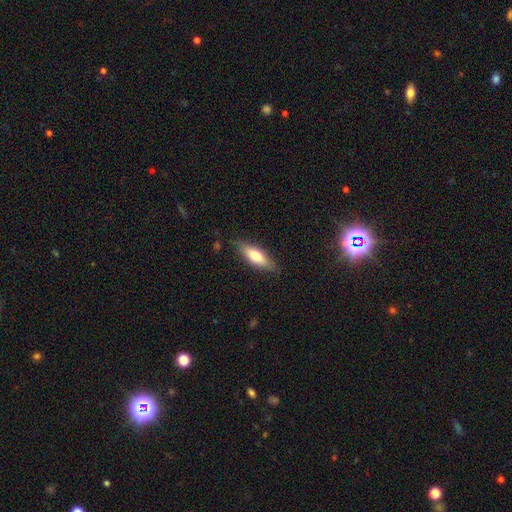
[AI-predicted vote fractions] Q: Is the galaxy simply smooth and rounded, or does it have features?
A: smooth — 65%.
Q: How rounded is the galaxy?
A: in between — 53%.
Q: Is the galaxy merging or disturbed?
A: none — 83%.